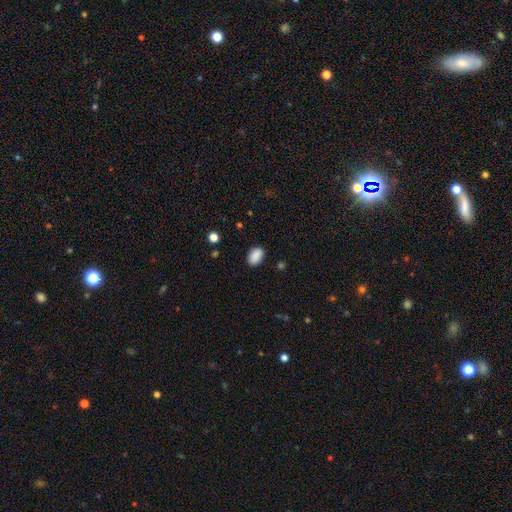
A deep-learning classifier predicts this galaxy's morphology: Smooth or featured? smooth (89%)
How rounded? in between (86%)
Merging? none (86%)